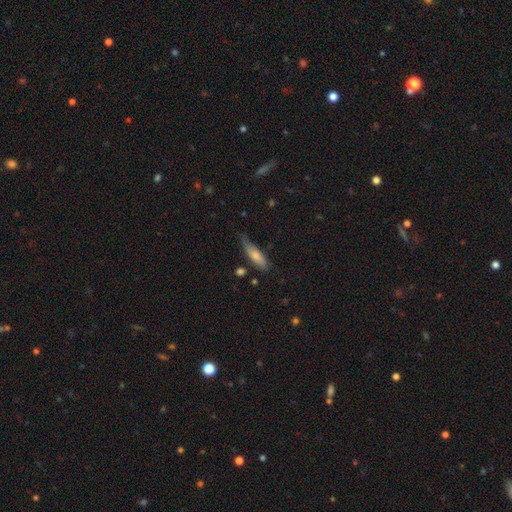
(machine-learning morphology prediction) A smooth galaxy with no disk features (72%) that is cigar-shaped (57%). Merging: none (54%).